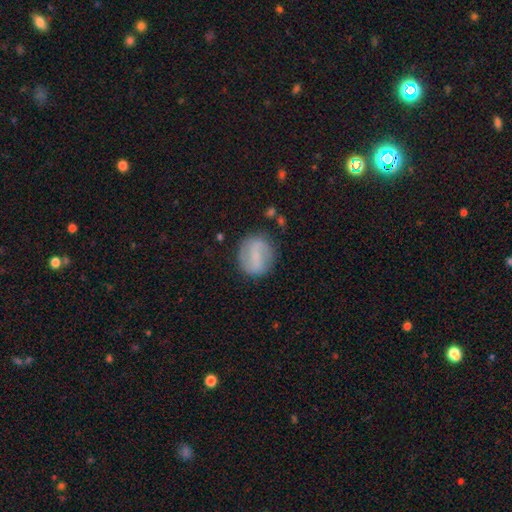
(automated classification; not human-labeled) This is possibly a featured or disk galaxy (56%). It is clearly not viewed edge-on (97%). Bar: marginally weak (41%). Spiral arm pattern: likely yes (76%). Central bulge: possibly small (51%). Merging: clearly none (83%).